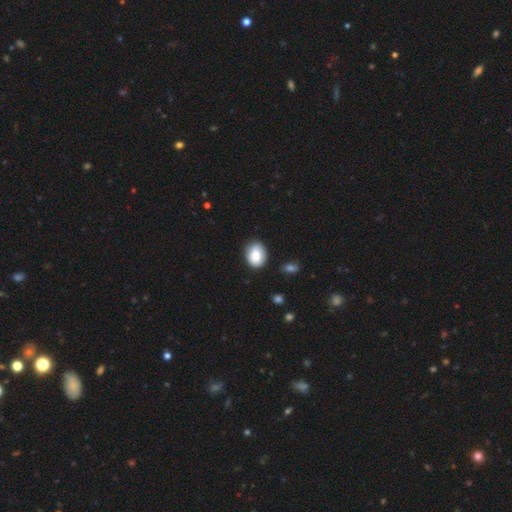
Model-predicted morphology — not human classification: Smooth or featured? smooth (84%)
How rounded? in between (65%)
Merging? none (80%)